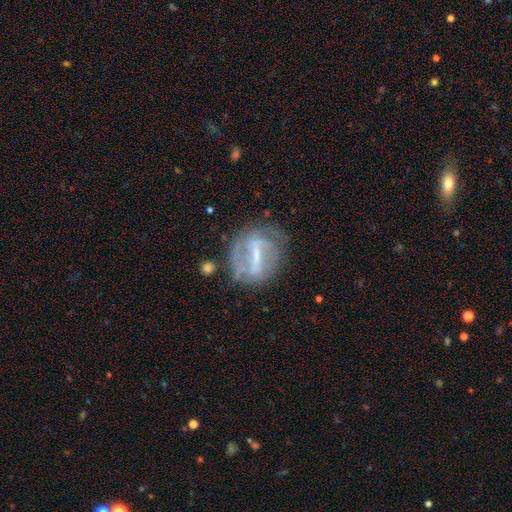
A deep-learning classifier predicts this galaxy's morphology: The model was most divided on "spiral arms": yes: 56%, no: 44%. Remaining: edge-on disk — no (92%); smooth or featured — featured or disk (74%); bar — strong (70%); merging — none (61%); bulge size — small (41%).